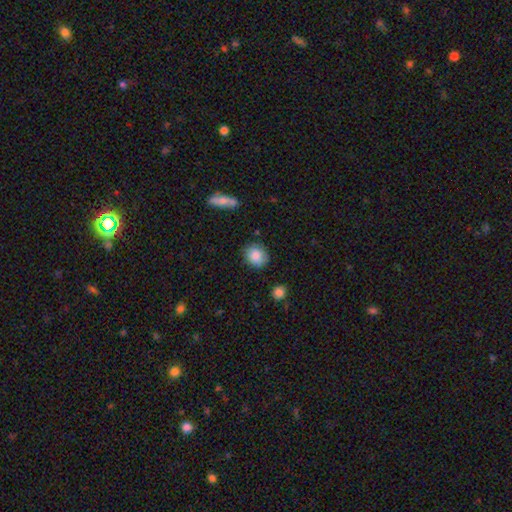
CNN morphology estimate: smooth 86%, star or artifact 8%, featured or disk 6%. Down the decision tree: how rounded — round (73%); merging — none (81%).